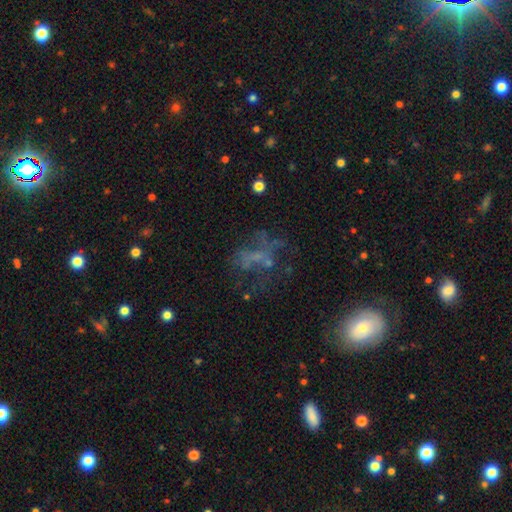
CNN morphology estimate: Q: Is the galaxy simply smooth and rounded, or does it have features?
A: featured or disk — 45%.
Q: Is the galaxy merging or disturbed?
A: none — 44%.